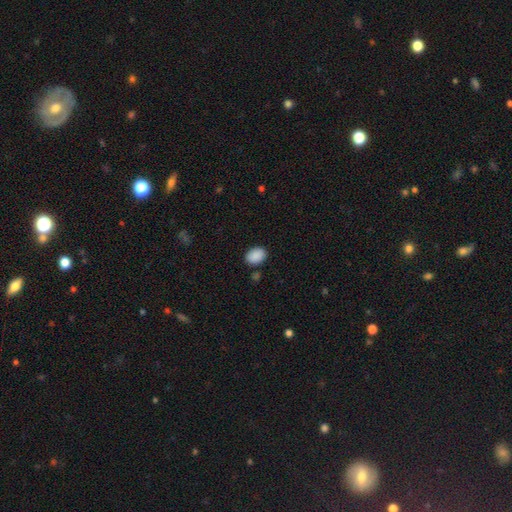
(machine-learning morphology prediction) Smooth or featured? Predicted: smooth (p=0.90). How rounded? Predicted: in between (p=0.77). Merging? Predicted: none (p=0.84).